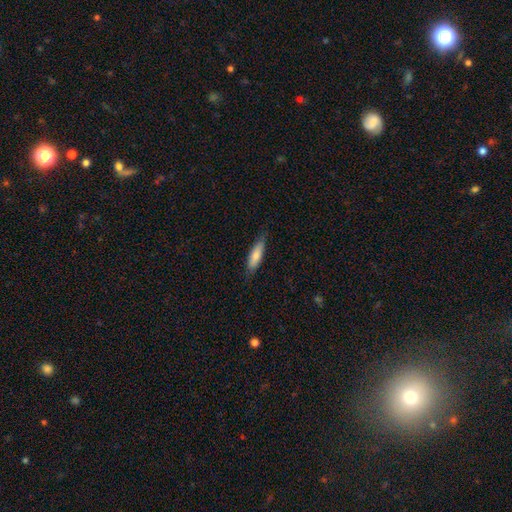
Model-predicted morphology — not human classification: type=smooth (79%); roundness=cigar-shaped (54%); merging=none (80%).